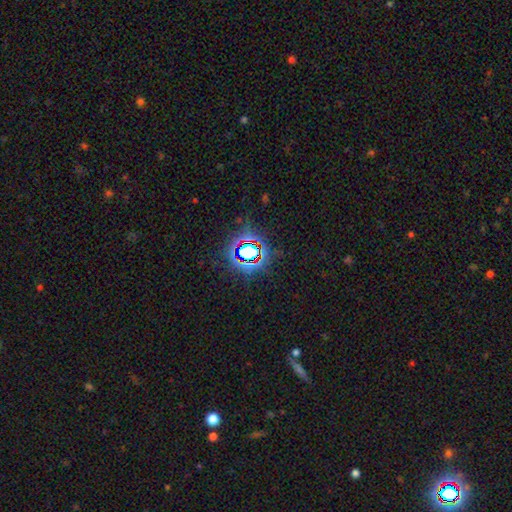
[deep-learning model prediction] star or artifact 77%, smooth 13%, featured or disk 9%.